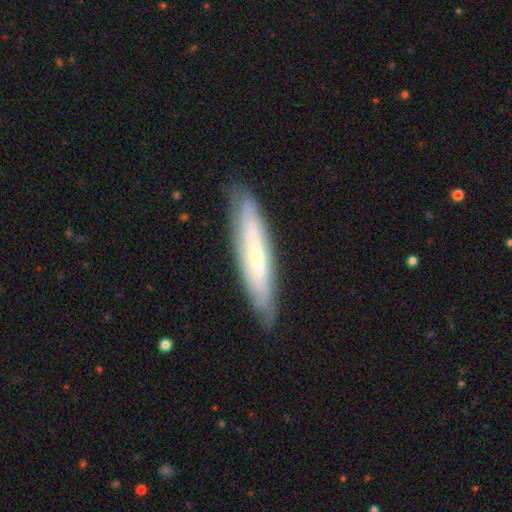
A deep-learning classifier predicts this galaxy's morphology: Q: Smooth or featured?
A: featured or disk (62%); runner-up: smooth (31%)
Q: Edge-on disk?
A: yes (55%); runner-up: no (45%)
Q: Merging?
A: none (82%); runner-up: minor disturbance (14%)